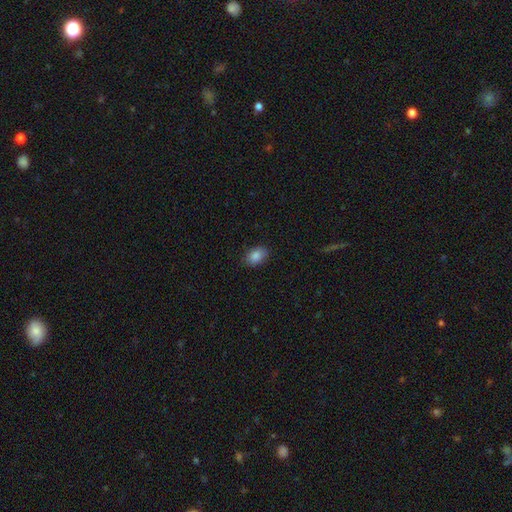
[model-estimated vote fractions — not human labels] Overall: smooth (86%). How rounded: in between (82%). Merging: none (85%).